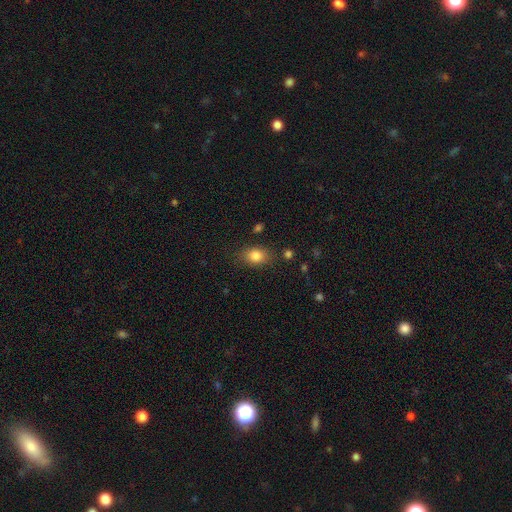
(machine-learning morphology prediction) A smooth galaxy with no disk features (83%) that is in between round and cigar-shaped (71%). Merging: none (80%).